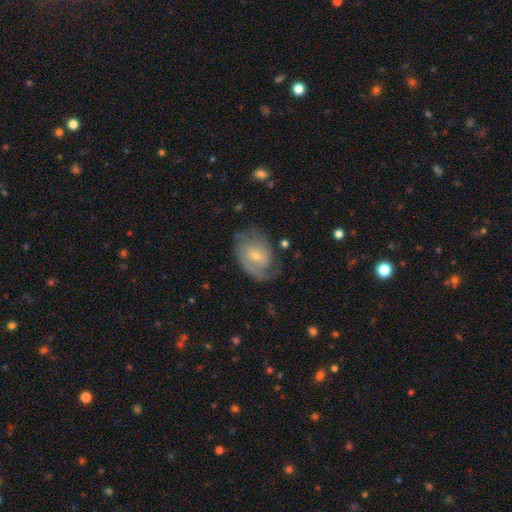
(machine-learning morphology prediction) Smooth or featured: featured or disk — 66% (smooth — 27%)
Edge-on disk: no — 96% (yes — 4%)
Bar: no — 57% (weak — 36%)
Spiral arms: yes — 81% (no — 19%)
Spiral winding: tight — 45% (medium — 36%)
Spiral arm count: 2 — 44% (can't tell — 30%)
Bulge size: small — 60% (moderate — 36%)
Merging: none — 59% (minor disturbance — 25%)